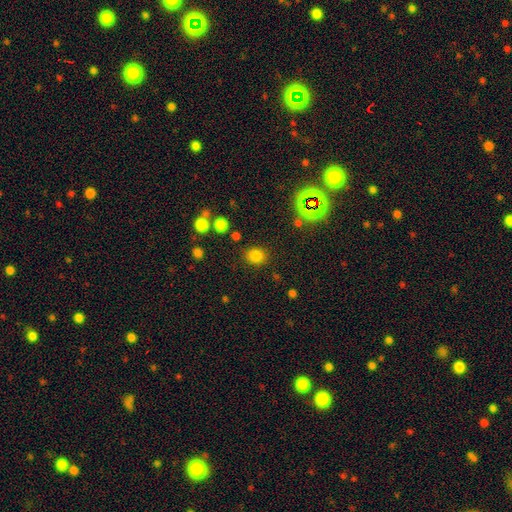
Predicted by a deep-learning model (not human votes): Smooth or featured? smooth (80%)
How rounded? round (75%)
Merging? none (85%)